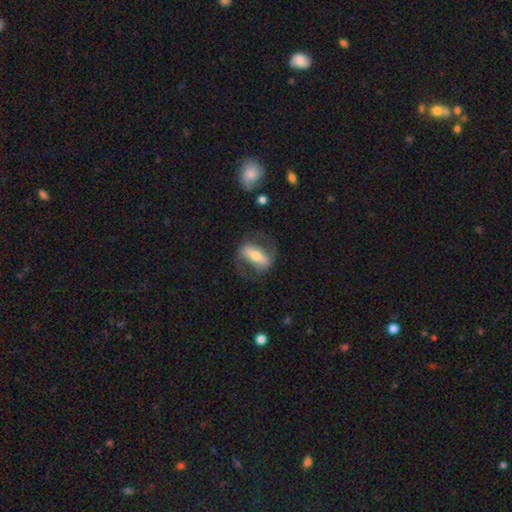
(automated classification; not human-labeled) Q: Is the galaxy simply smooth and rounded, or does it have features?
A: featured or disk — 69%.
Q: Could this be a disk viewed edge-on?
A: no — 79%.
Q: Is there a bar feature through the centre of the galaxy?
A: strong — 72%.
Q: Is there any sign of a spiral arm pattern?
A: yes — 67%.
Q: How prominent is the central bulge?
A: moderate — 53%.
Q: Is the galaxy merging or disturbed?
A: none — 66%.